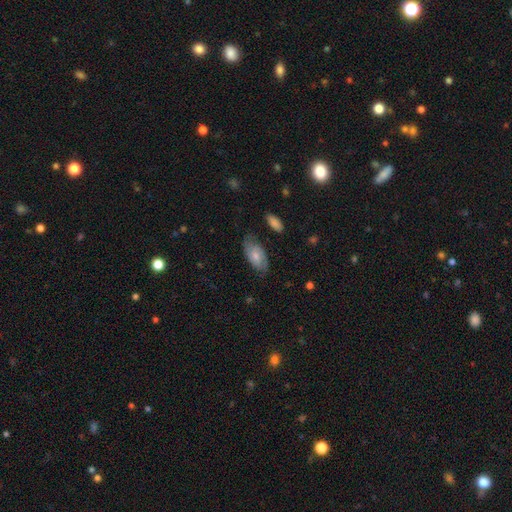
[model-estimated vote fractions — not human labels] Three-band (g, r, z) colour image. It shows a smooth galaxy with no disk features (51%) that is in between round and cigar-shaped (92%). Merging: none (70%).